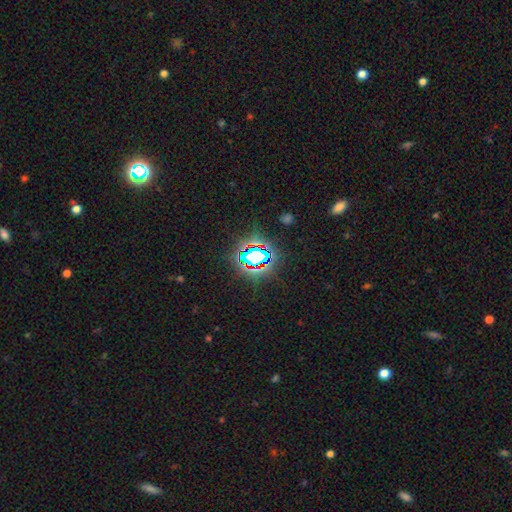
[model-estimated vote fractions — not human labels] Smooth or featured?
  - star or artifact: 70% *
  - smooth: 18%
  - featured or disk: 12%